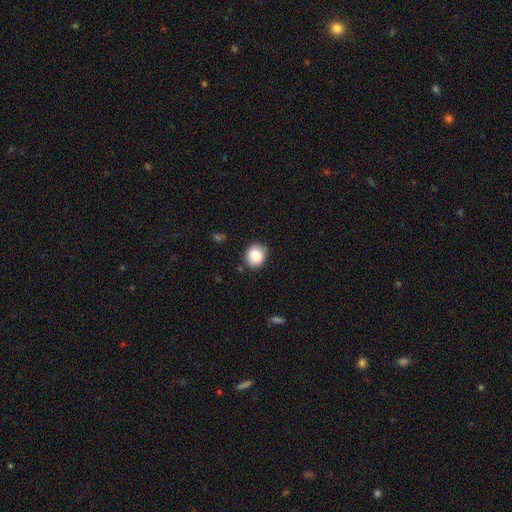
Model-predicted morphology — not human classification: Overall: smooth (85%). How rounded: round (76%). Merging: none (86%).